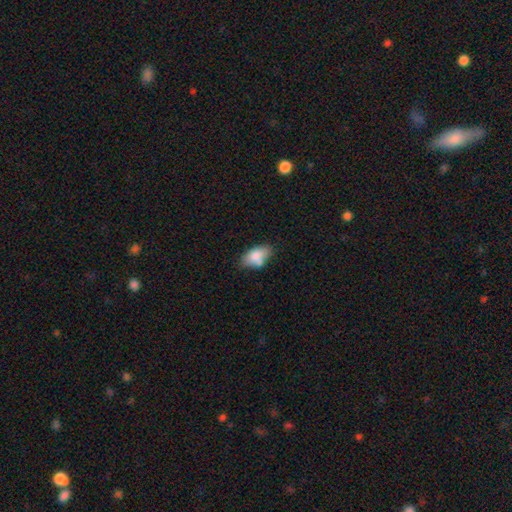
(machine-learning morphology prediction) This is likely a smooth galaxy (80%). How rounded: clearly in between (91%). Merging: possibly none (59%).